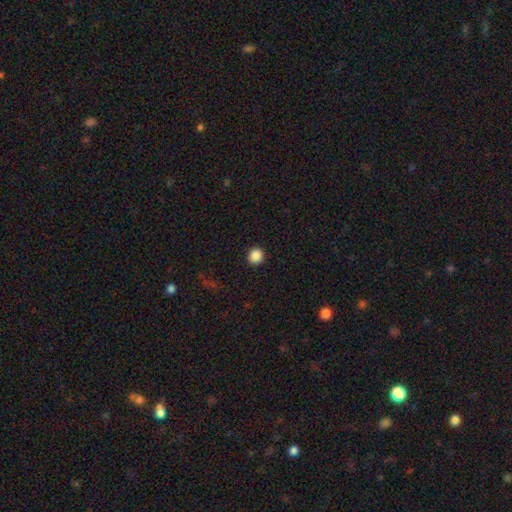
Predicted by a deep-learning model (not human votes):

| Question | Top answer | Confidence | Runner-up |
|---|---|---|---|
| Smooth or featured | smooth | 88% | star or artifact (10%) |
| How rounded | round | 88% | in between (11%) |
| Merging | none | 92% | minor disturbance (5%) |